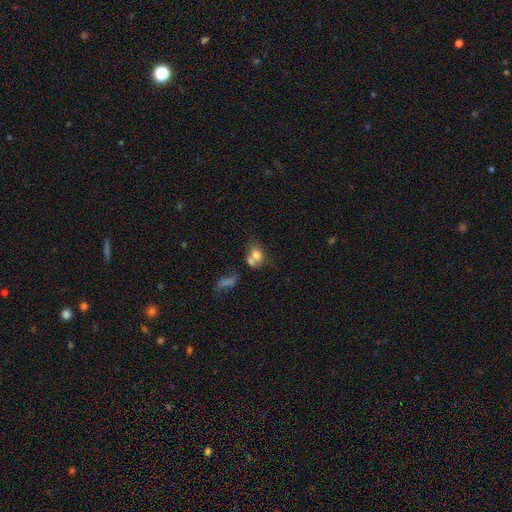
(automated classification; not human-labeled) The model was most divided on "merging": merger: 48%, none: 31%, minor disturbance: 13%, major disturbance: 8%. More confident: smooth or featured — smooth (74%); how rounded — in between (58%).